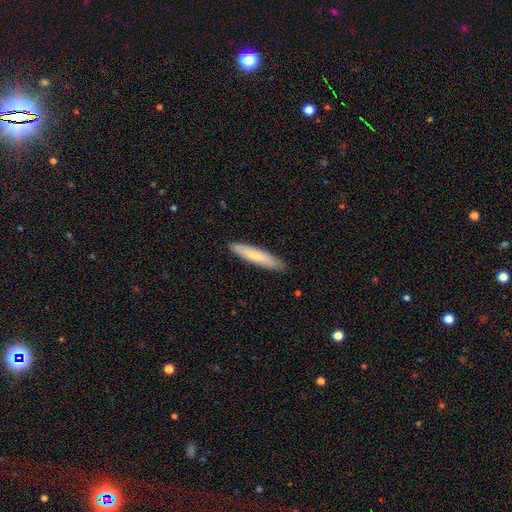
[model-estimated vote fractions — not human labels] A smooth galaxy with no disk features (67%) that is cigar-shaped (85%). Merging: none (88%).